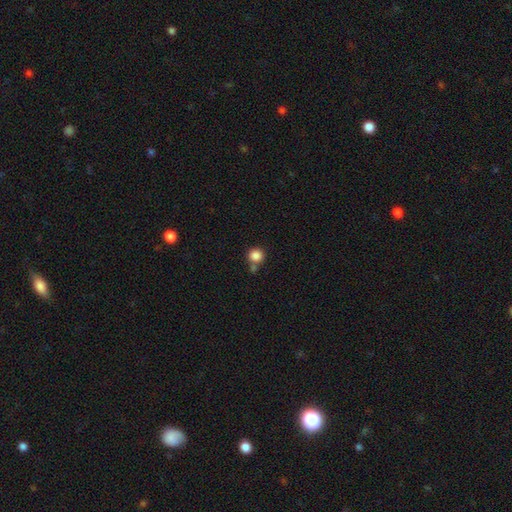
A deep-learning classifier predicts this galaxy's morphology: type=smooth (85%); roundness=round (91%); merging=none (66%).